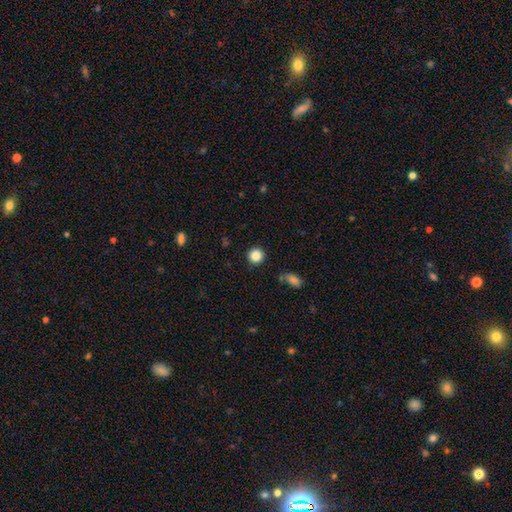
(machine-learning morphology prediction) type=smooth (85%); roundness=round (94%); merging=none (90%).